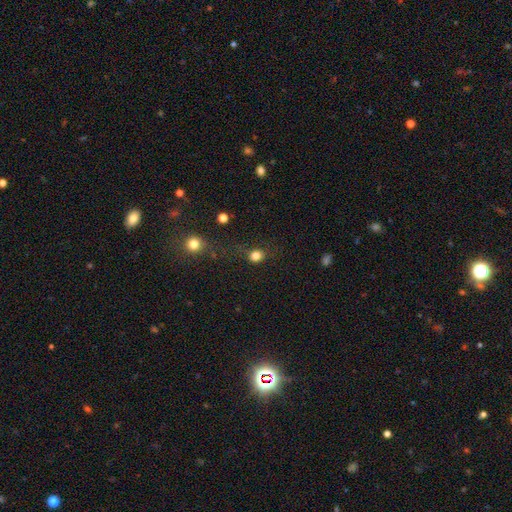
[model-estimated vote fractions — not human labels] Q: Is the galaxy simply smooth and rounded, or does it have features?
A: smooth — 81%.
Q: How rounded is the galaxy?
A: round — 72%.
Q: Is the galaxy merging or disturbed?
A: none — 71%.